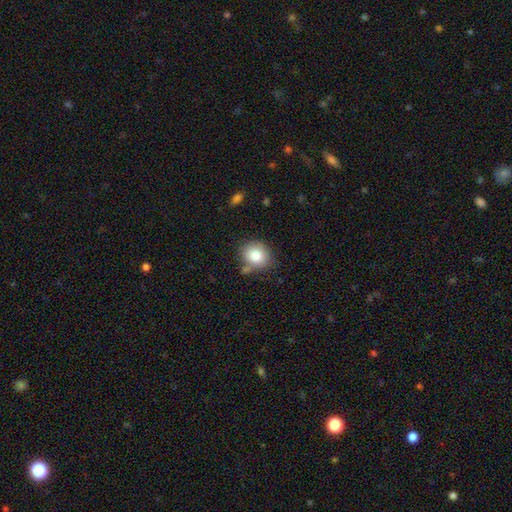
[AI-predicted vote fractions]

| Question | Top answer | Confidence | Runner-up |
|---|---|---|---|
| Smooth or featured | smooth | 82% | star or artifact (9%) |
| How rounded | round | 72% | in between (27%) |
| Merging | none | 74% | minor disturbance (14%) |